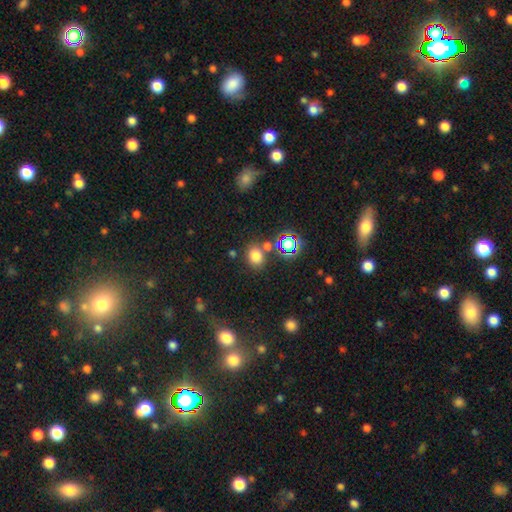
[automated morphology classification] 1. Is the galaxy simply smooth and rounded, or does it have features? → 73% smooth, 21% star or artifact, 6% featured or disk.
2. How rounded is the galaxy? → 59% round, 40% in between, 1% cigar-shaped.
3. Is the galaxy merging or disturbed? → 71% none, 14% merger, 11% minor disturbance, 4% major disturbance.